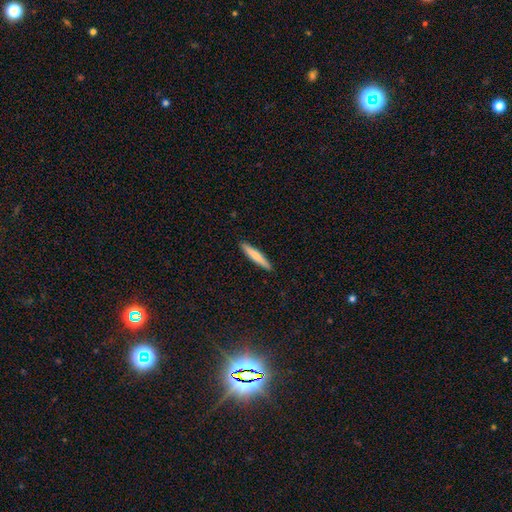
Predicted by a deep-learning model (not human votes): Smooth or featured?
  - smooth: 73% *
  - featured or disk: 22%
  - star or artifact: 5%
How rounded?
  - cigar-shaped: 93% *
  - in between: 5%
  - round: 1%
Merging?
  - none: 92% *
  - minor disturbance: 6%
  - major disturbance: 1%
  - merger: 1%